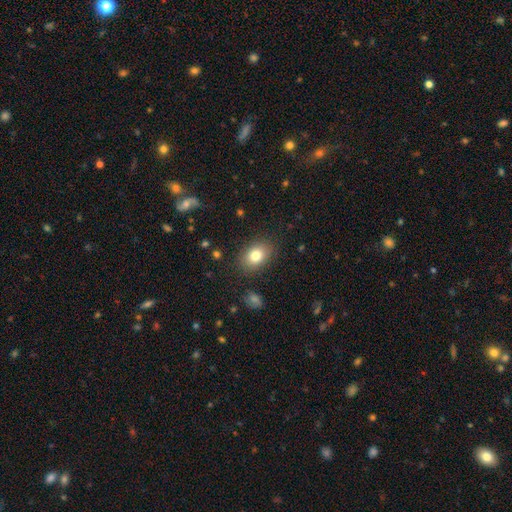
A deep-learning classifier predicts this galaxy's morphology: Smooth or featured? smooth (81%)
How rounded? in between (76%)
Merging? none (85%)